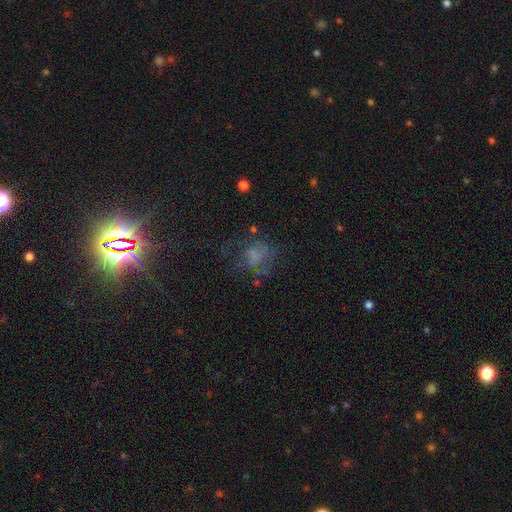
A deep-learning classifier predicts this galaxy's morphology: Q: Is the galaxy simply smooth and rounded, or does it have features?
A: smooth — 46%.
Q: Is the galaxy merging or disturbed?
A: none — 43%.